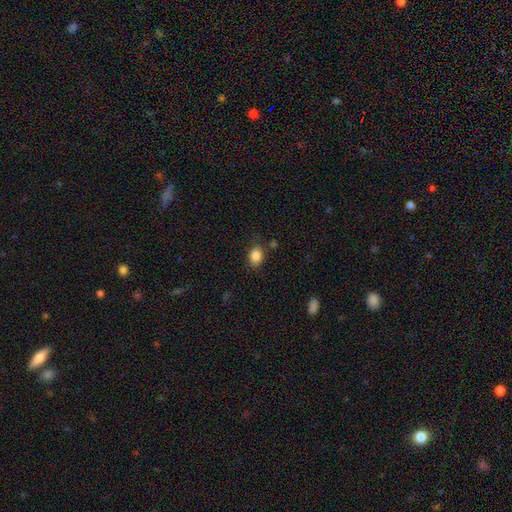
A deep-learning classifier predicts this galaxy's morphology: Smooth or featured?
  - smooth: 86% *
  - star or artifact: 10%
  - featured or disk: 4%
How rounded?
  - in between: 56% *
  - round: 43%
  - cigar-shaped: 1%
Merging?
  - none: 79% *
  - minor disturbance: 14%
  - major disturbance: 4%
  - merger: 3%